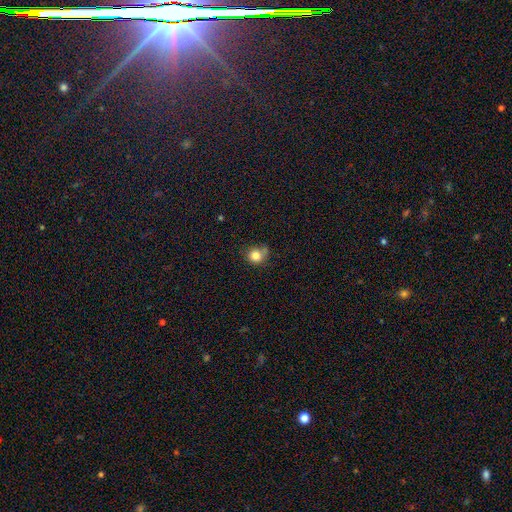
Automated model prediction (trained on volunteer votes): Smooth or featured? Predicted: smooth (p=0.82). How rounded? Predicted: round (p=0.86). Merging? Predicted: none (p=0.60).